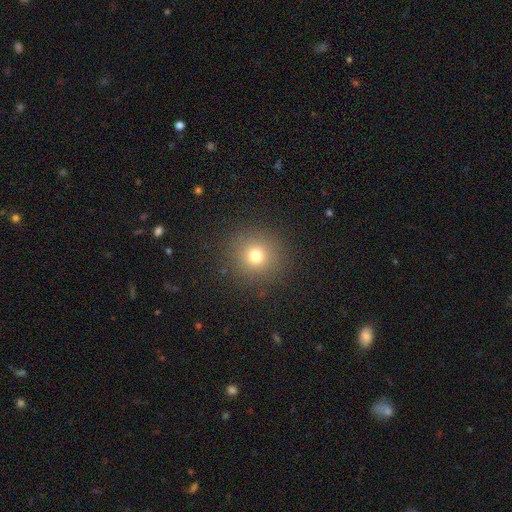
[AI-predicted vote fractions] Morphology: type=smooth (73%); roundness=round (93%); merging=none (89%).